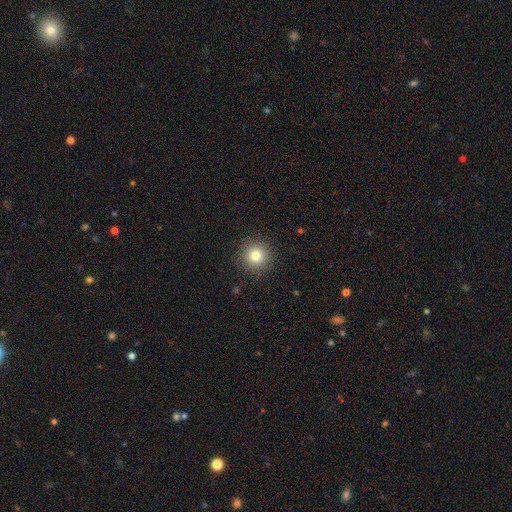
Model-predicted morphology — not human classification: smooth 79%, star or artifact 12%, featured or disk 8%. Down the decision tree: how rounded — round (95%); merging — none (91%).